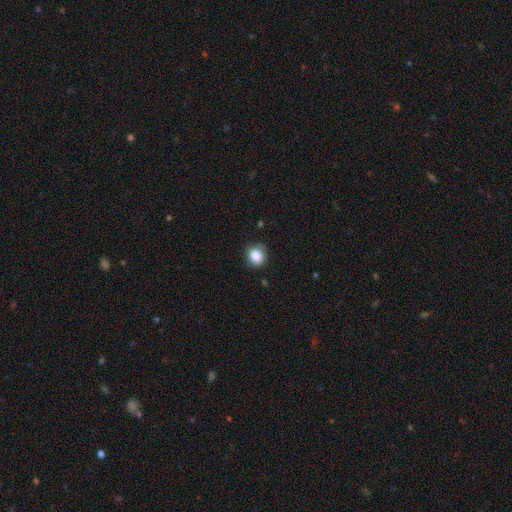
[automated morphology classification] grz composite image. It shows a smooth galaxy with no disk features (84%) that is round (80%). Merging: none (79%).